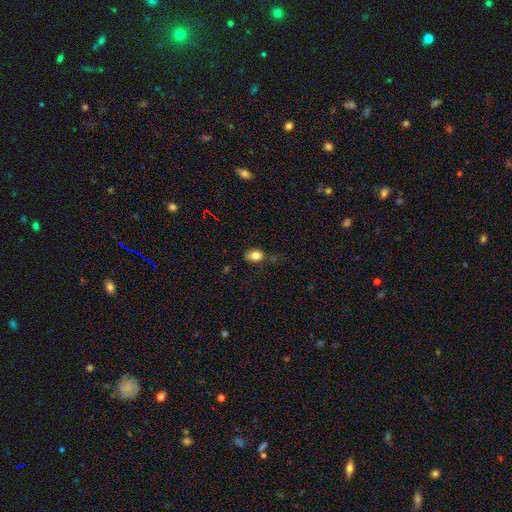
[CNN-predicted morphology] Smooth or featured? Predicted: smooth (p=0.81). How rounded? Predicted: in between (p=0.86). Merging? Predicted: none (p=0.70).